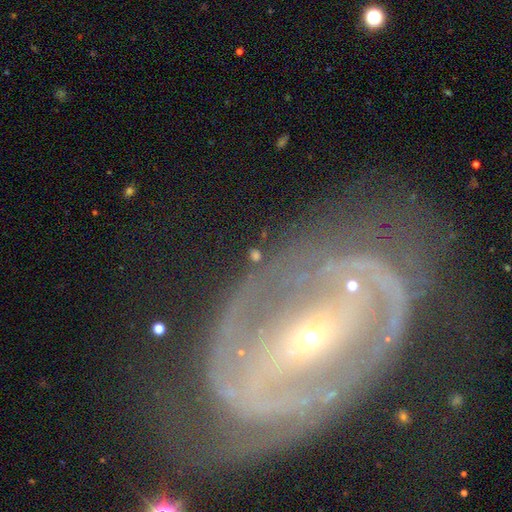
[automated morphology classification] smooth-or-featured: smooth: 40% | star or artifact: 34% | featured or disk: 25%
  merging: none: 77% | minor disturbance: 11% | major disturbance: 6% | merger: 5%